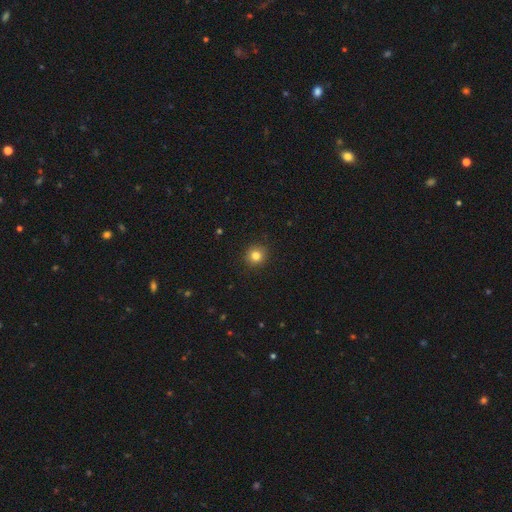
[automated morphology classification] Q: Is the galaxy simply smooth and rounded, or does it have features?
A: smooth — 82%.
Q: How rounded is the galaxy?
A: round — 94%.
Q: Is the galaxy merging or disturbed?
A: none — 92%.